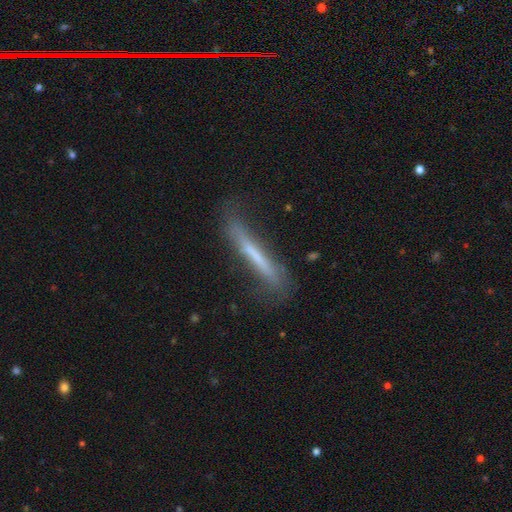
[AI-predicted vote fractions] Morphology: type=featured or disk (47%); merging=none (67%).